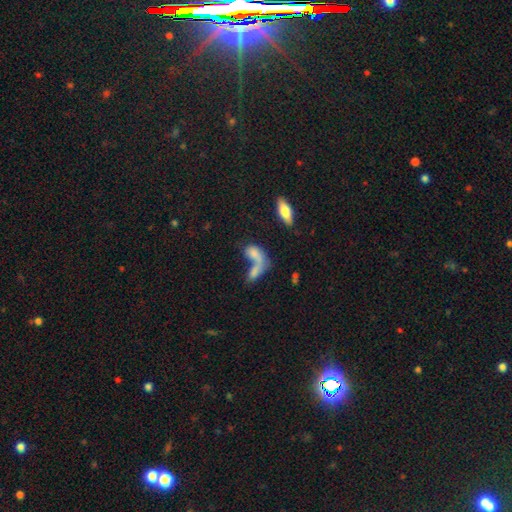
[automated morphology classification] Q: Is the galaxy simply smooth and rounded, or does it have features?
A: smooth — 68%.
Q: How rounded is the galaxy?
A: in between — 76%.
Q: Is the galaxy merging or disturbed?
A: merger — 62%.